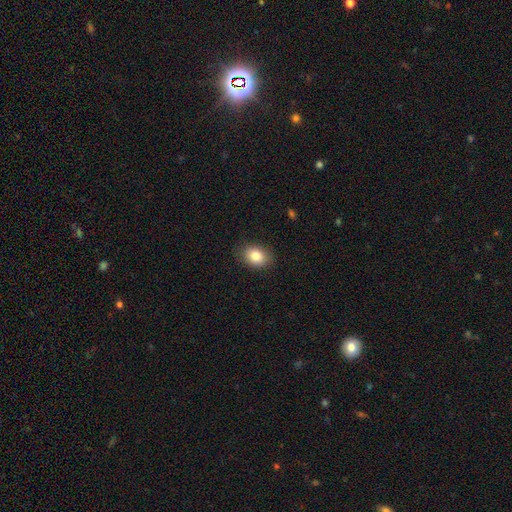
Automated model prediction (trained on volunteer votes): Overall: smooth (84%). How rounded: in between (69%; round 30%). Merging: none (86%).